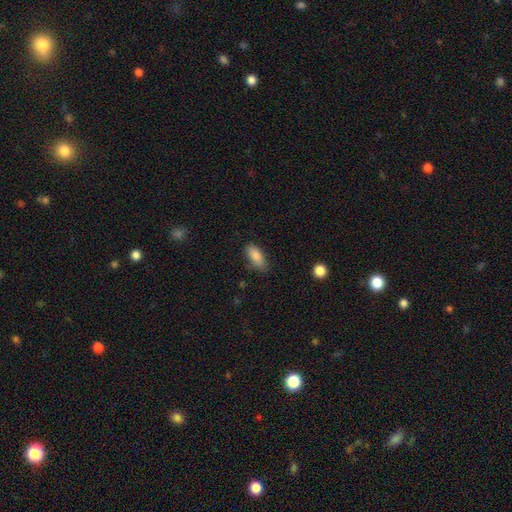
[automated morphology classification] A smooth galaxy with no disk features (86%) that is in between round and cigar-shaped (84%). Merging: none (76%).